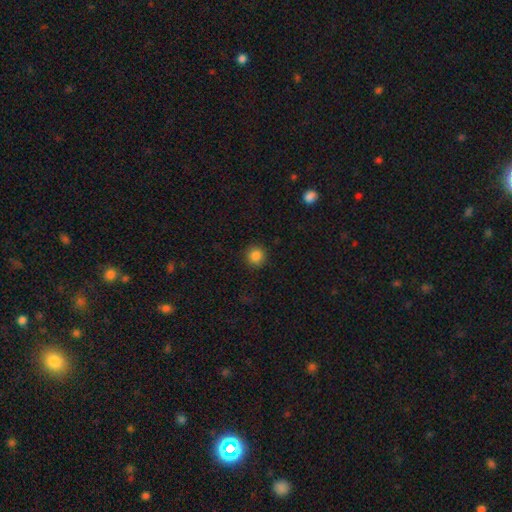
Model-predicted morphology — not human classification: A smooth galaxy with no disk features (85%) that is round (94%).

Vote fractions:
- Smooth or featured? smooth: 85% / star or artifact: 11% / featured or disk: 4%
- How rounded? round: 94% / in between: 5% / cigar-shaped: 1%
- Merging? none: 91% / minor disturbance: 6% / major disturbance: 2% / merger: 1%